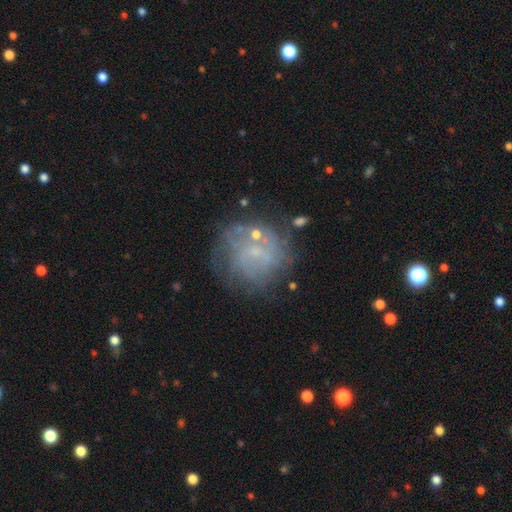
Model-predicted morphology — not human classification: The model was most divided on "spiral arms": no: 51%, yes: 49%. More confident: edge-on disk — no (98%); bar — no (71%); merging — none (59%); smooth or featured — featured or disk (58%); bulge size — small (57%).